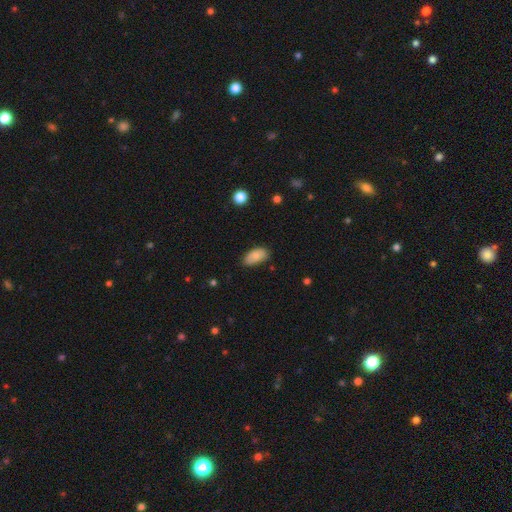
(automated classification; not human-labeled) A smooth galaxy with no disk features (86%) that is in between round and cigar-shaped (94%). Merging: none (70%).